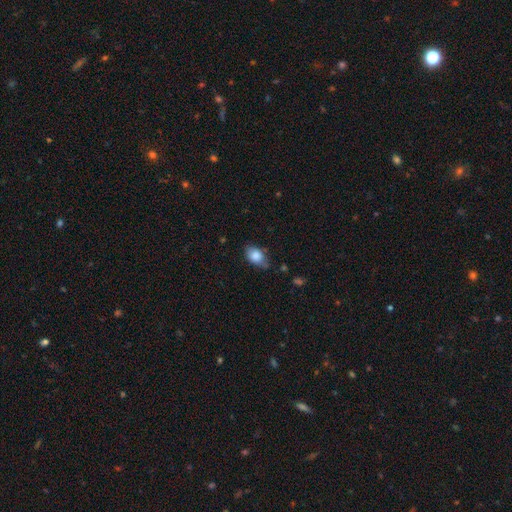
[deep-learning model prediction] A smooth galaxy with no disk features (82%) that is in between round and cigar-shaped (85%).

Vote fractions:
- Smooth or featured? smooth: 82% / featured or disk: 10% / star or artifact: 7%
- How rounded? in between: 85% / round: 13% / cigar-shaped: 2%
- Merging? none: 67% / minor disturbance: 26% / major disturbance: 5% / merger: 2%